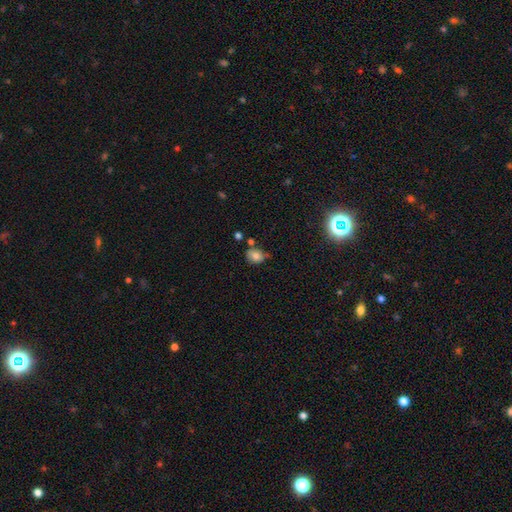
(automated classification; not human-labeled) smooth 74%, featured or disk 14%, star or artifact 12%. Down the decision tree: how rounded — in between (52%); merging — none (56%).